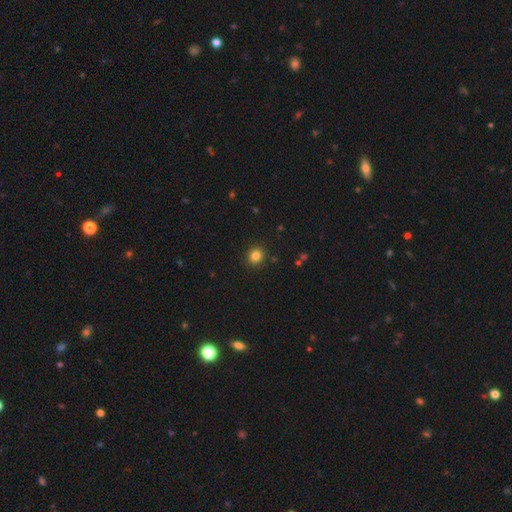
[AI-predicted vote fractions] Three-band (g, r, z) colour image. It shows a smooth galaxy with no disk features (83%) that is round (86%). Merging: none (91%).